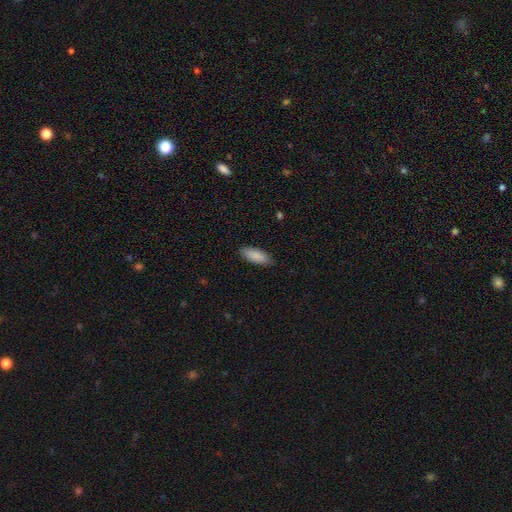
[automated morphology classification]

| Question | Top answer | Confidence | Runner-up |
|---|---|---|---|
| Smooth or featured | smooth | 89% | featured or disk (6%) |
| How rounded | in between | 79% | cigar-shaped (20%) |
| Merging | none | 87% | minor disturbance (10%) |